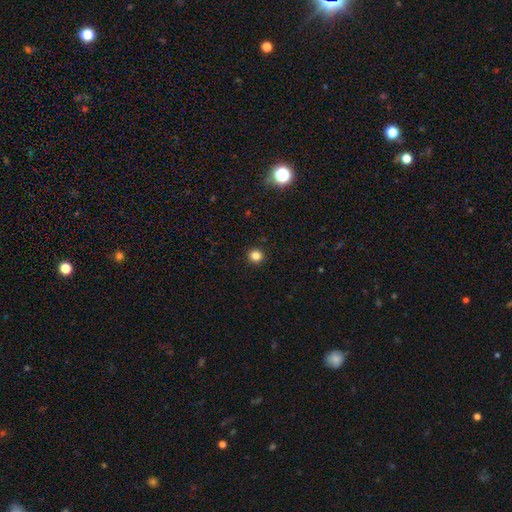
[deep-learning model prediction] This is clearly a smooth galaxy (83%). How rounded: clearly round (91%). Merging: clearly none (93%).